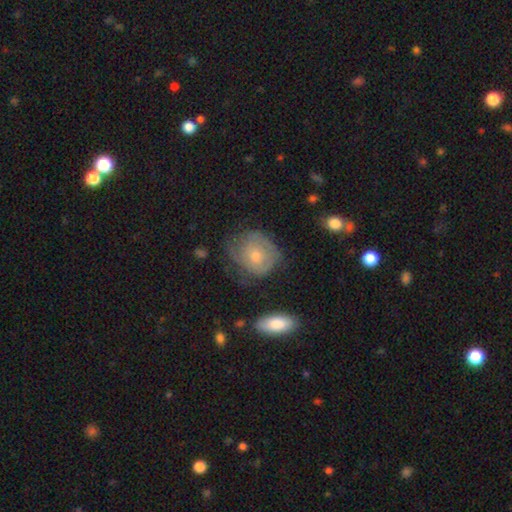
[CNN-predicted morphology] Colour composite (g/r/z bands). It shows a featured or disk galaxy (50%). Merging: none (57%).